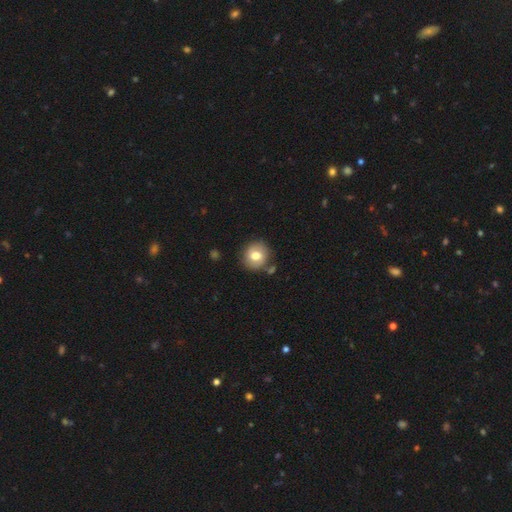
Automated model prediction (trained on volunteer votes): Q: Smooth or featured?
A: smooth (68%); runner-up: featured or disk (25%)
Q: How rounded?
A: round (84%); runner-up: in between (15%)
Q: Merging?
A: none (78%); runner-up: minor disturbance (13%)